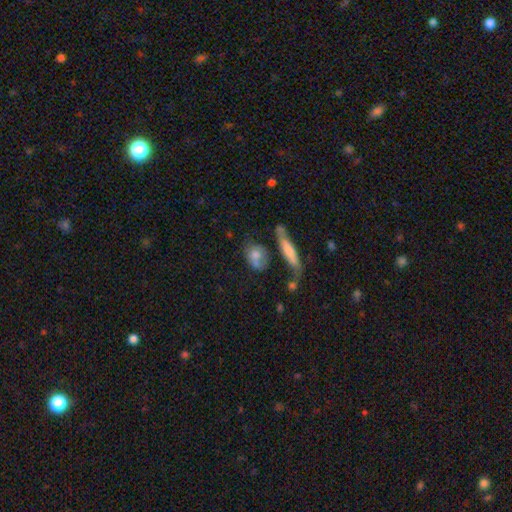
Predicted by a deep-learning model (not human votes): This is likely a smooth galaxy (68%). How rounded: possibly in between (53%). Merging: marginally none (44%).